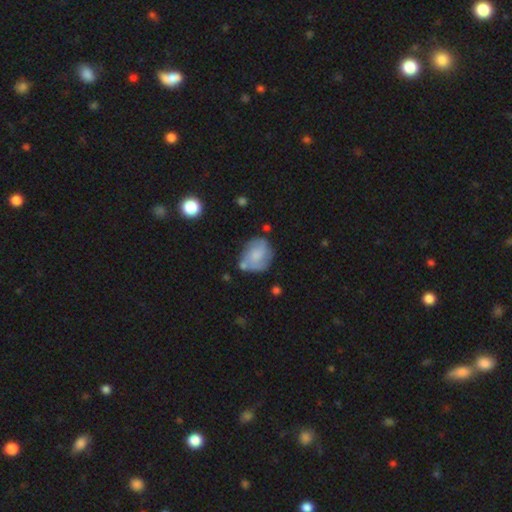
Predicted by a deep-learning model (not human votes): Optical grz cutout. It shows a smooth galaxy with no disk features (52%) that is in between round and cigar-shaped (50%). Merging: none (54%).